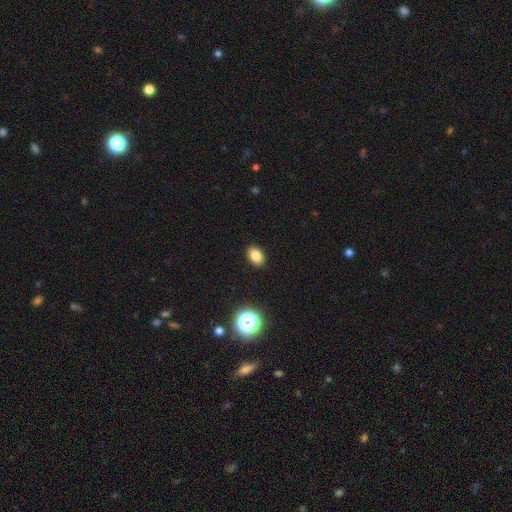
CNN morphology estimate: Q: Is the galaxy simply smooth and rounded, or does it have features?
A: smooth — 82%.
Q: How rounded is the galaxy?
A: in between — 80%.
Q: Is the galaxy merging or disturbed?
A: none — 90%.